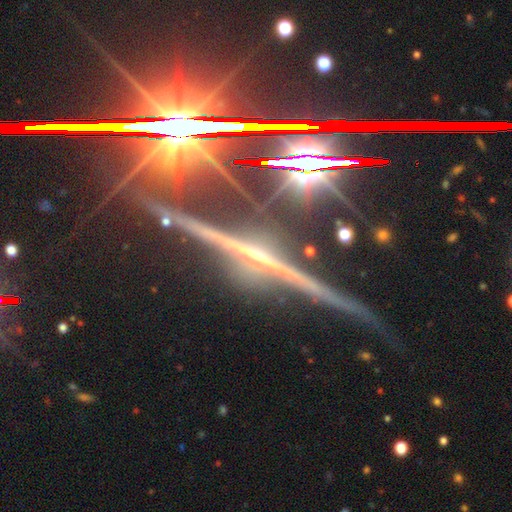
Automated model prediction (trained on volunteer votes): featured or disk 65%, star or artifact 28%, smooth 7%. Down the decision tree: edge-on disk — yes (96%); edge-on bulge — rounded (62%); merging — none (80%).